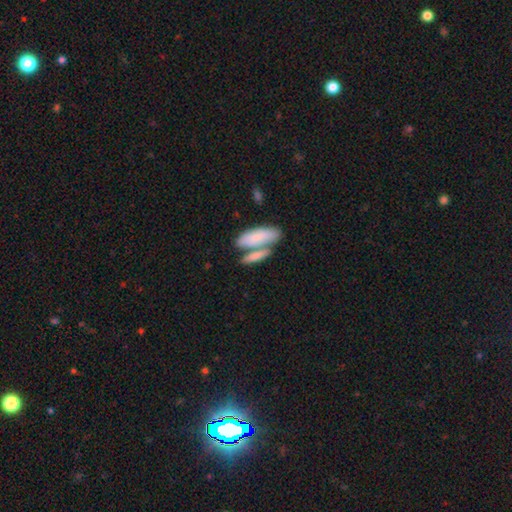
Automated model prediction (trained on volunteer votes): A smooth galaxy with no disk features (77%) that is in between round and cigar-shaped (57%). Merging: merger (44%).